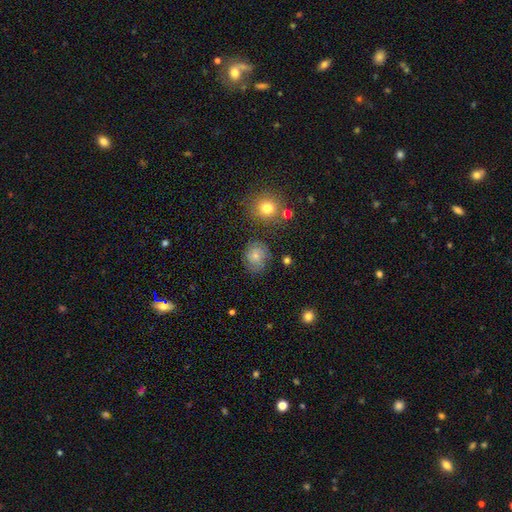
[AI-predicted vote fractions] This is possibly a smooth galaxy (46%). Merging: likely none (73%).